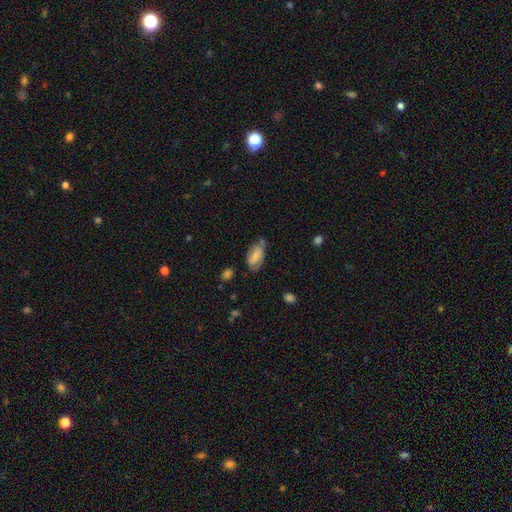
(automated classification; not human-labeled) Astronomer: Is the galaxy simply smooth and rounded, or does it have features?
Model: smooth — 75%.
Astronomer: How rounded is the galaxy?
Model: in between — 91%.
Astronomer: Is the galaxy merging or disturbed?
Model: none — 56%.